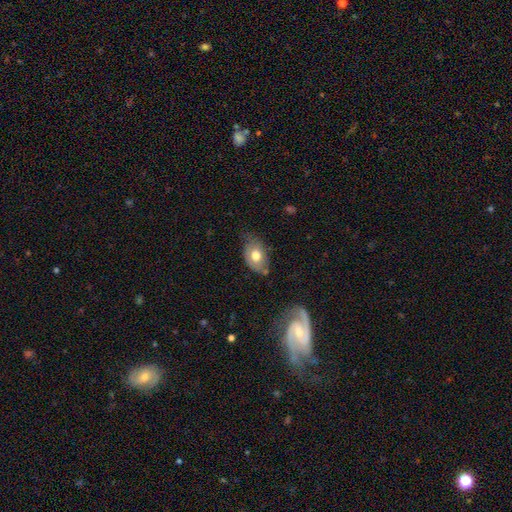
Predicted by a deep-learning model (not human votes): This is likely a smooth galaxy (64%). How rounded: clearly in between (86%). Merging: possibly none (54%).